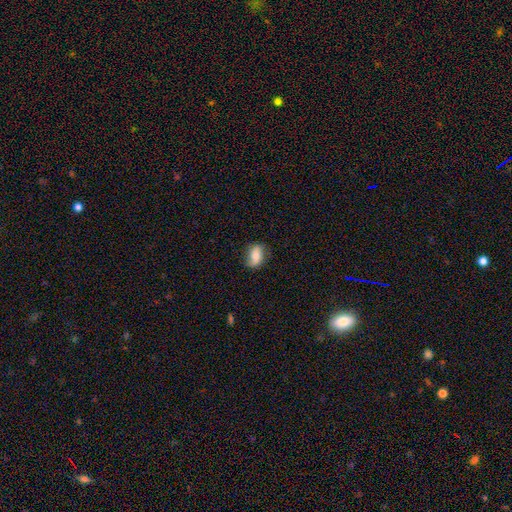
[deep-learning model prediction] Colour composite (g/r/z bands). It shows a smooth galaxy with no disk features (61%) that is in between round and cigar-shaped (83%). Merging: none (73%).